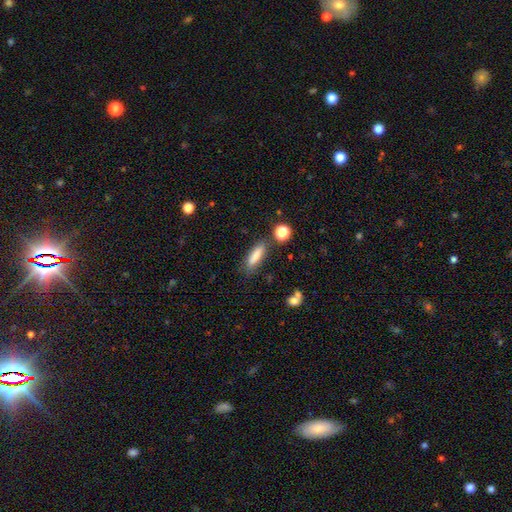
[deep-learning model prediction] Smooth or featured: smooth — 79% (featured or disk — 13%)
How rounded: cigar-shaped — 55% (in between — 42%)
Merging: none — 77% (minor disturbance — 14%)